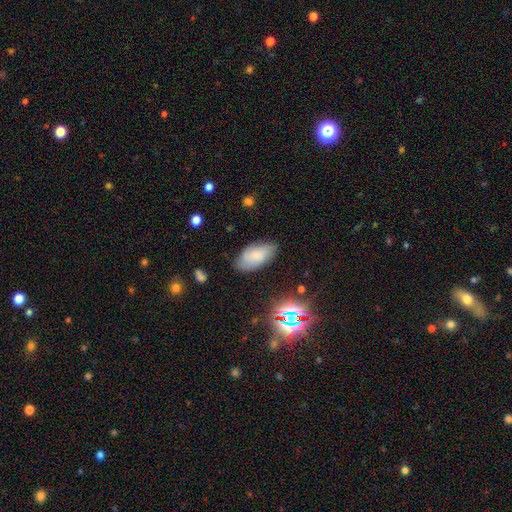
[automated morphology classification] Smooth or featured? smooth (73%)
How rounded? in between (94%)
Merging? none (74%)